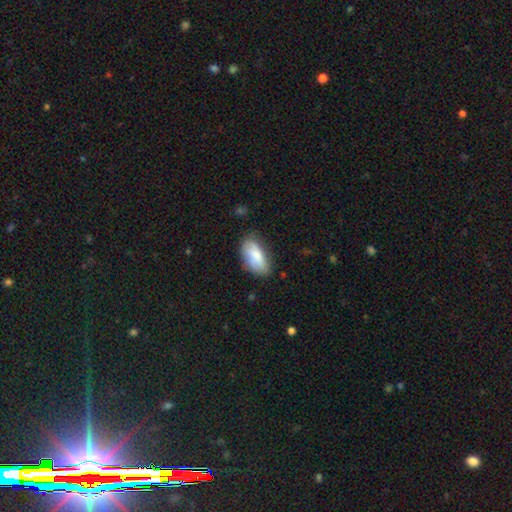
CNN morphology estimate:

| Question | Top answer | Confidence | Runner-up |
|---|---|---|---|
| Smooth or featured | smooth | 80% | featured or disk (14%) |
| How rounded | in between | 91% | cigar-shaped (6%) |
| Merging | none | 66% | minor disturbance (26%) |